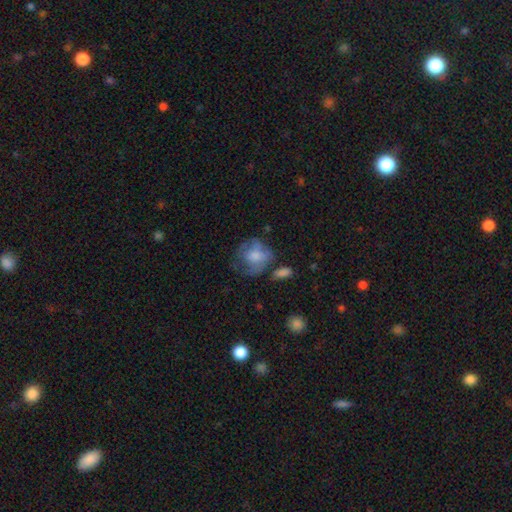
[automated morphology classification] type=smooth (62%); roundness=round (67%); merging=none (43%).